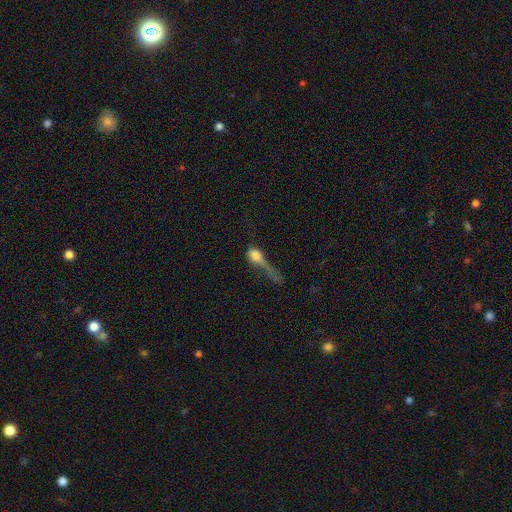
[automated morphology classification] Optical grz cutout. It shows a smooth galaxy with no disk features (61%) that is in between round and cigar-shaped (56%). Merging: major disturbance (55%).